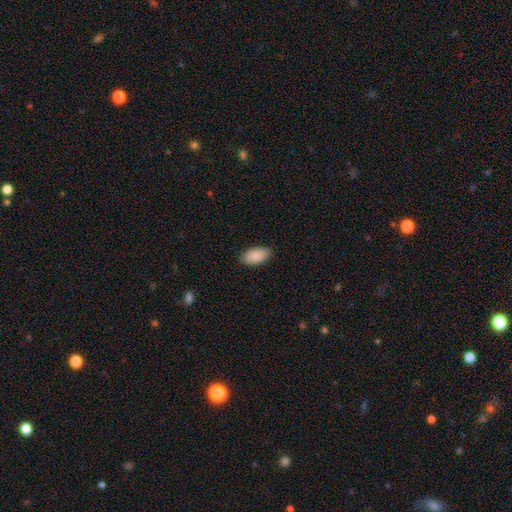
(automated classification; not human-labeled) Overall: smooth (90%). How rounded: in between (95%). Merging: none (87%).